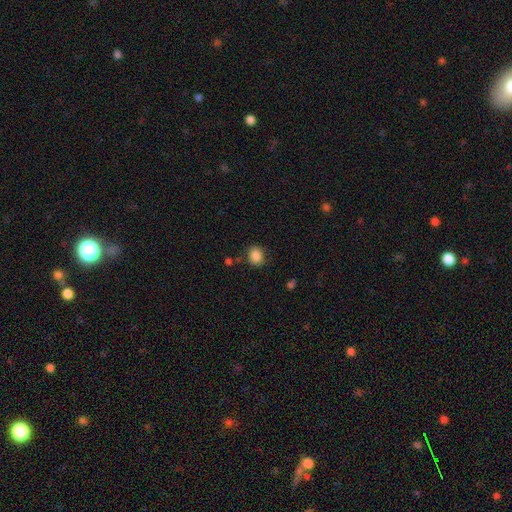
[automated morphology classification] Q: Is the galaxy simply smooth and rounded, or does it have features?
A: smooth — 86%.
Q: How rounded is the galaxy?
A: round — 62%.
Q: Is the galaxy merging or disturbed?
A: none — 80%.